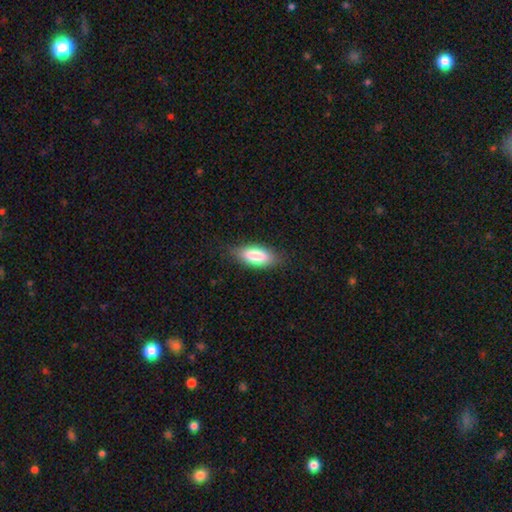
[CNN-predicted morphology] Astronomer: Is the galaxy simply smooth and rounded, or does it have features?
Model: smooth — 84%.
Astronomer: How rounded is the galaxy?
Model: in between — 82%.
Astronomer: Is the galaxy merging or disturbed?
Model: none — 80%.